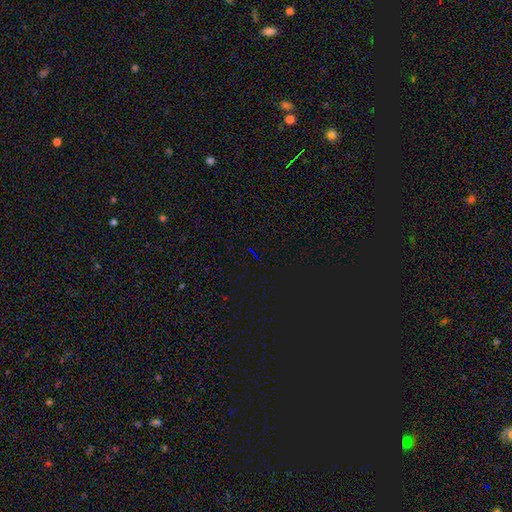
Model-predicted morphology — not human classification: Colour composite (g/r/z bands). It shows a star or artifact, not a galaxy (79%).